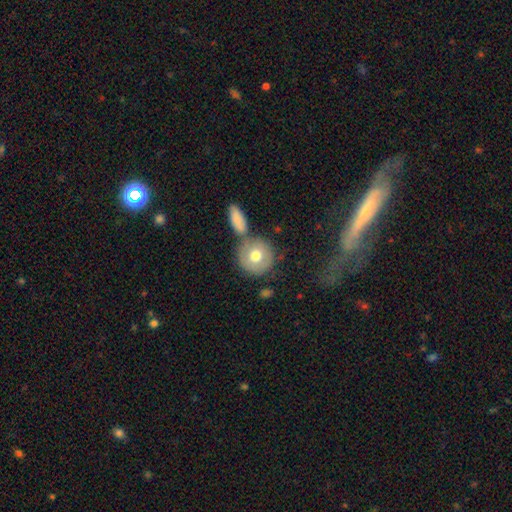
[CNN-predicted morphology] smooth 71%, featured or disk 23%, star or artifact 7%. Down the decision tree: how rounded — round (91%); merging — none (61%).